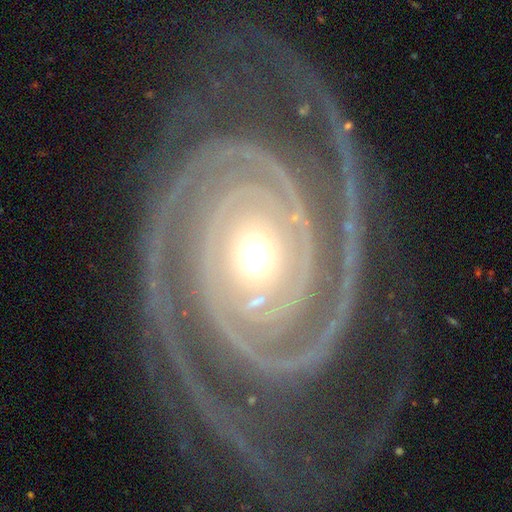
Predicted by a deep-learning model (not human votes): Q: Smooth or featured?
A: featured or disk (94%); runner-up: star or artifact (4%)
Q: Edge-on disk?
A: no (97%); runner-up: yes (3%)
Q: Bar?
A: no (77%); runner-up: weak (12%)
Q: Spiral arms?
A: yes (99%); runner-up: no (1%)
Q: Spiral winding?
A: tight (74%); runner-up: medium (21%)
Q: Spiral arm count?
A: 2 (68%); runner-up: 3 (10%)
Q: Bulge size?
A: moderate (63%); runner-up: small (29%)
Q: Merging?
A: none (71%); runner-up: minor disturbance (14%)